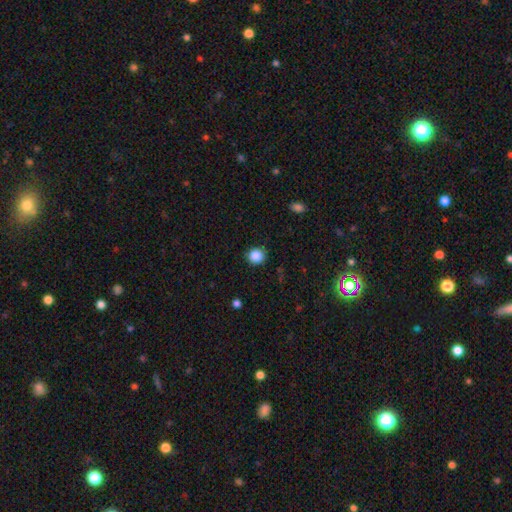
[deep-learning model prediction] Smooth or featured? Predicted: smooth (p=0.86). How rounded? Predicted: round (p=0.91). Merging? Predicted: none (p=0.85).